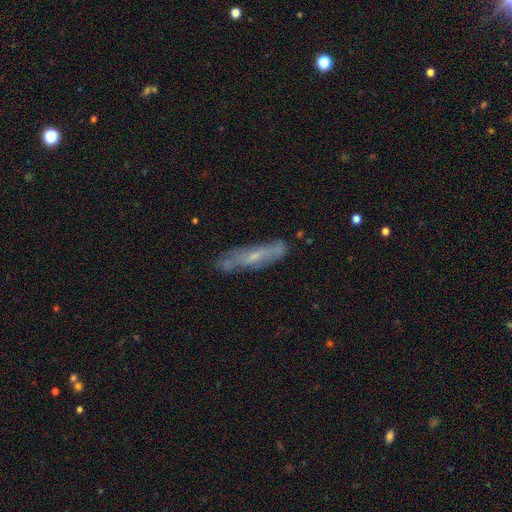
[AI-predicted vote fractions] A featured or disk galaxy (53%) viewed edge-on (58%). Merging: none (73%).